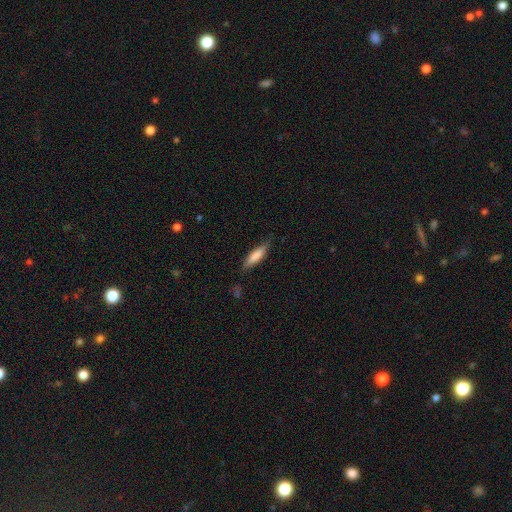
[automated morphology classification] Smooth or featured?
  - smooth: 78% *
  - featured or disk: 16%
  - star or artifact: 6%
How rounded?
  - cigar-shaped: 62% *
  - in between: 36%
  - round: 2%
Merging?
  - none: 76% *
  - minor disturbance: 19%
  - major disturbance: 4%
  - merger: 1%